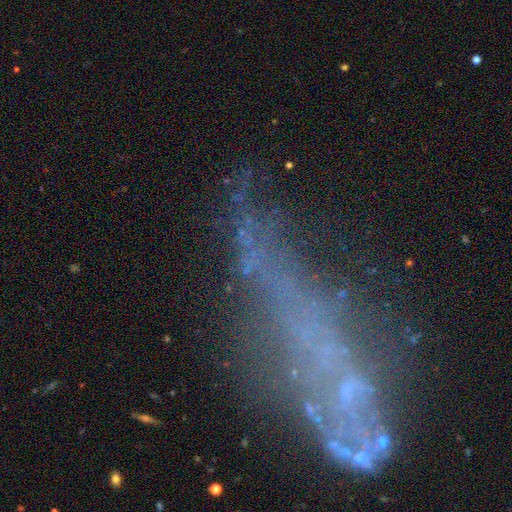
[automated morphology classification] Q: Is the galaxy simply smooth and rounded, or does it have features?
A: star or artifact — 41%.